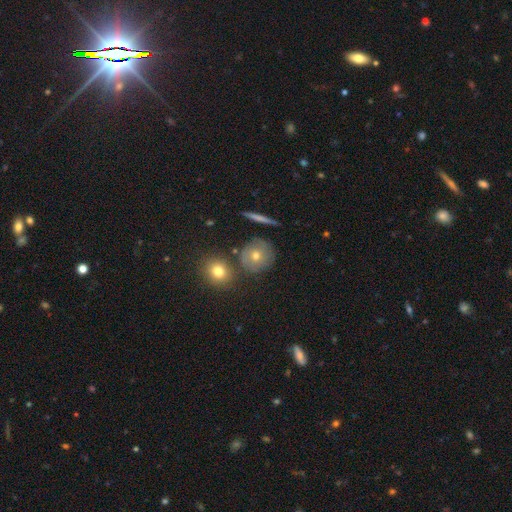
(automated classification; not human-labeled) smooth-or-featured: smooth: 58% | featured or disk: 30% | star or artifact: 12%
  how-rounded: round: 90% | in between: 8% | cigar-shaped: 2%
  merging: none: 76% | minor disturbance: 12% | merger: 8% | major disturbance: 4%